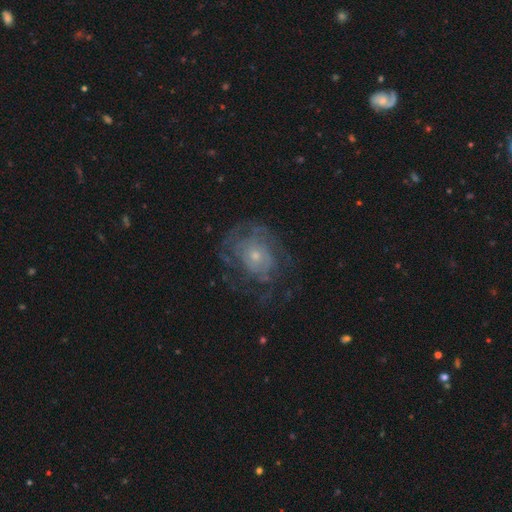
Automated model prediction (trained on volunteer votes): smooth_or_featured: featured or disk (p=0.71) [alt: smooth p=0.20]
disk_edge_on: no (p=0.97) [alt: yes p=0.03]
bar: no (p=0.83) [alt: weak p=0.14]
has_spiral_arms: yes (p=0.67) [alt: no p=0.33]
bulge_size: small (p=0.65) [alt: moderate p=0.30]
merging: none (p=0.58) [alt: major disturbance p=0.21]